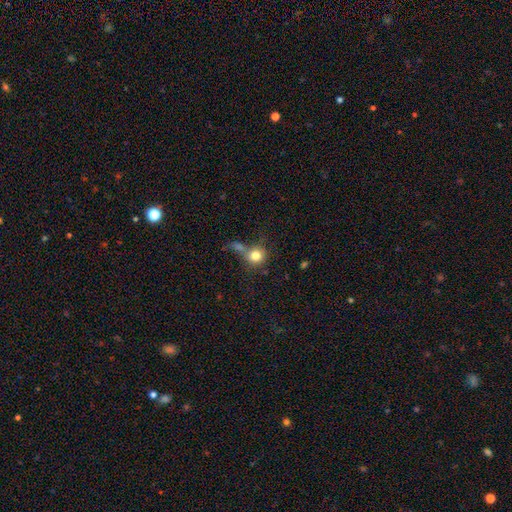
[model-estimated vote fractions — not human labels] Q: Smooth or featured?
A: smooth (80%); runner-up: star or artifact (11%)
Q: How rounded?
A: round (87%); runner-up: in between (11%)
Q: Merging?
A: none (49%); runner-up: merger (26%)